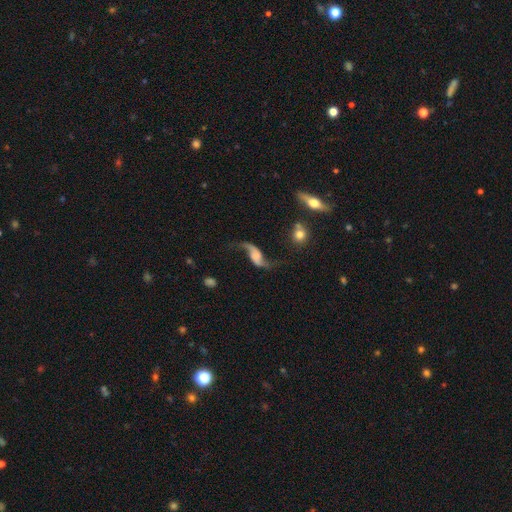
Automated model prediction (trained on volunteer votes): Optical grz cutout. It shows a featured or disk galaxy (85%) with no bar (54%), 2 (93%) loose (93%) spiral arms (95%) and no central bulge (50%). Merging: none (66%).